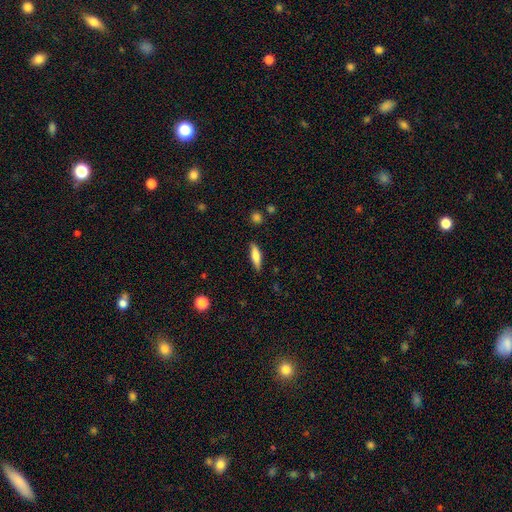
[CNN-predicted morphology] Q: Smooth or featured?
A: smooth (75%); runner-up: featured or disk (18%)
Q: How rounded?
A: cigar-shaped (63%); runner-up: in between (35%)
Q: Merging?
A: none (86%); runner-up: minor disturbance (11%)